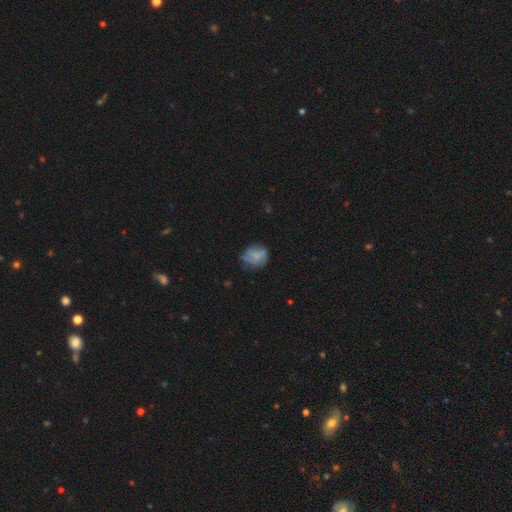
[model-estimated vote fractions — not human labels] Smooth or featured?
  - smooth: 59% *
  - featured or disk: 32%
  - star or artifact: 9%
How rounded?
  - round: 71% *
  - in between: 28%
  - cigar-shaped: 1%
Merging?
  - none: 58% *
  - minor disturbance: 27%
  - major disturbance: 12%
  - merger: 3%